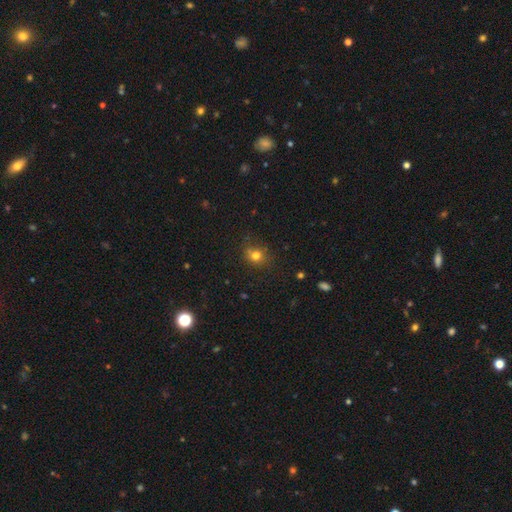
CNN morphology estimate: Q: Smooth or featured?
A: smooth (76%); runner-up: star or artifact (16%)
Q: How rounded?
A: round (73%); runner-up: in between (26%)
Q: Merging?
A: none (76%); runner-up: minor disturbance (16%)